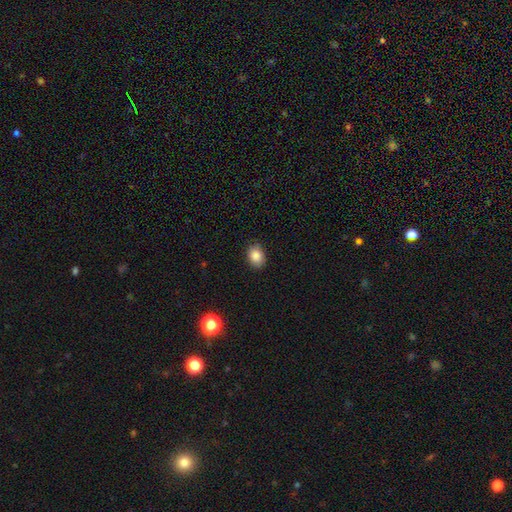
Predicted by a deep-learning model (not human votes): Smooth or featured?
  - smooth: 87% *
  - star or artifact: 9%
  - featured or disk: 5%
How rounded?
  - in between: 67% *
  - round: 32%
  - cigar-shaped: 1%
Merging?
  - none: 86% *
  - minor disturbance: 11%
  - major disturbance: 2%
  - merger: 1%